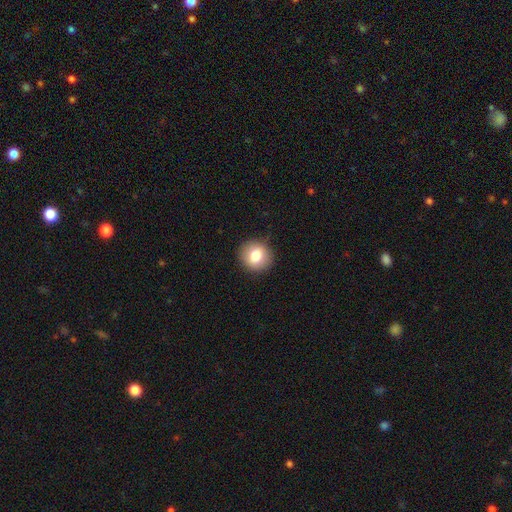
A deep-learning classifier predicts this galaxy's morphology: Smooth or featured? Predicted: smooth (p=0.80). How rounded? Predicted: round (p=0.89). Merging? Predicted: none (p=0.90).